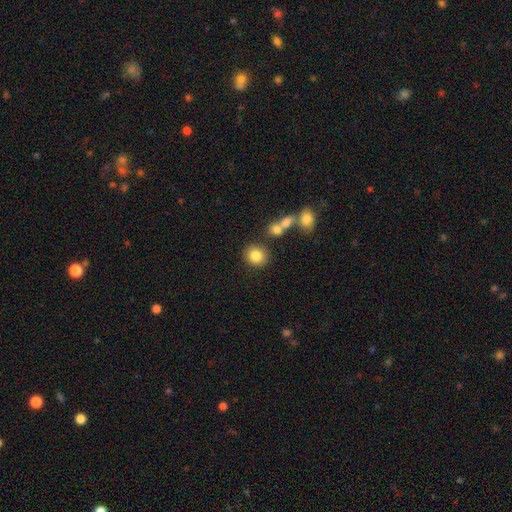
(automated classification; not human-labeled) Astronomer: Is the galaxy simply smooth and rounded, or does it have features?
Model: smooth — 83%.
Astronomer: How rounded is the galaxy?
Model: round — 82%.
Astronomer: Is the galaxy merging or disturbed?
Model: none — 79%.